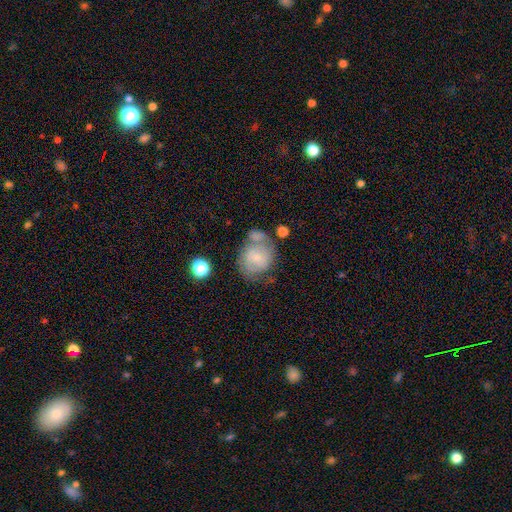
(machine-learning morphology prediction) Smooth or featured: featured or disk — 50% (smooth — 42%)
Merging: none — 44% (merger — 21%)